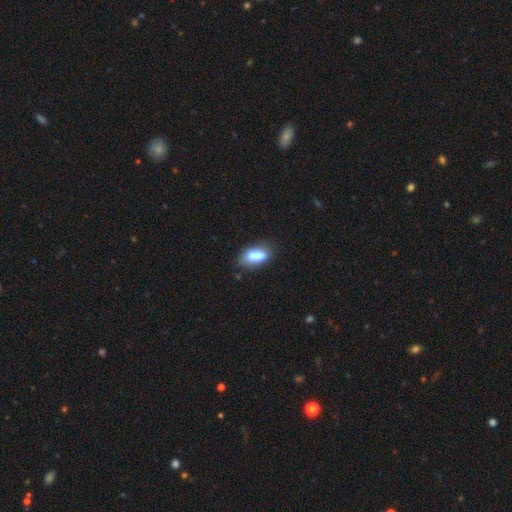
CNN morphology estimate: This is clearly a smooth galaxy (82%). How rounded: clearly in between (86%). Merging: likely none (65%).